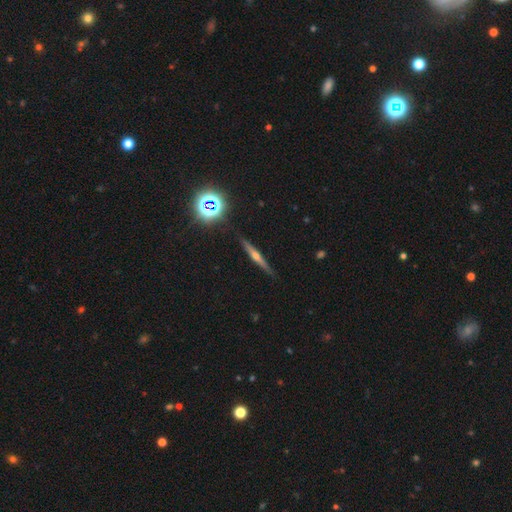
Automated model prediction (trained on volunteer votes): Smooth or featured: featured or disk — 65% (smooth — 23%)
Edge-on disk: yes — 97% (no — 3%)
Edge-on bulge: rounded — 88% (none — 8%)
Merging: none — 89% (minor disturbance — 8%)